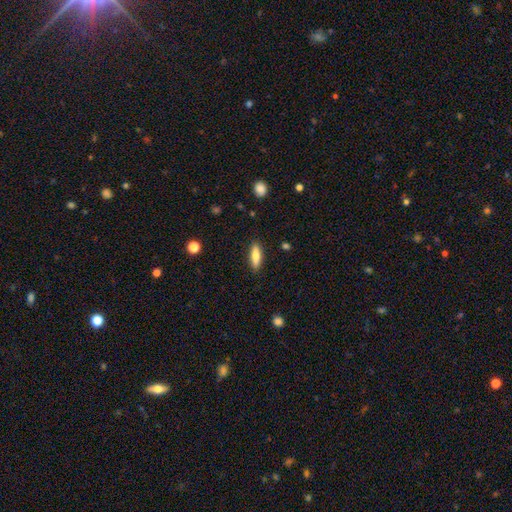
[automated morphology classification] Smooth or featured?
  - smooth: 71% *
  - featured or disk: 23%
  - star or artifact: 7%
How rounded?
  - cigar-shaped: 55% *
  - in between: 43%
  - round: 2%
Merging?
  - none: 88% *
  - minor disturbance: 8%
  - major disturbance: 2%
  - merger: 1%